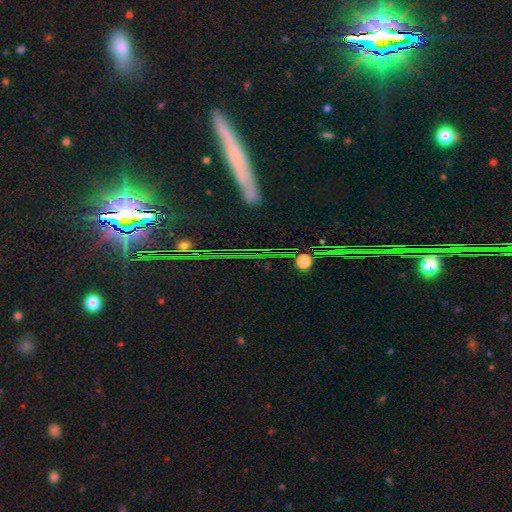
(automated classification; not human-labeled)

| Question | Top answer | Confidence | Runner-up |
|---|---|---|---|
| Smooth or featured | star or artifact | 53% | featured or disk (27%) |